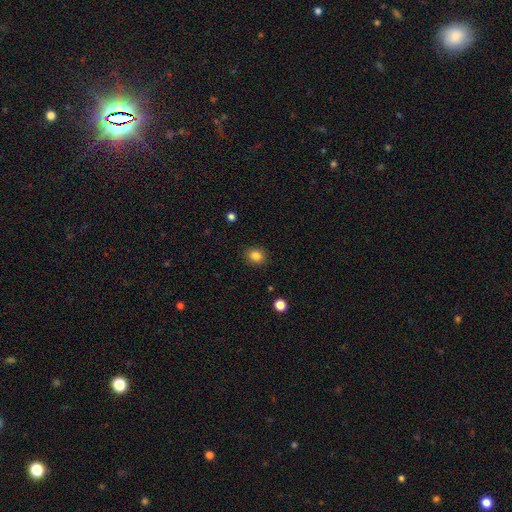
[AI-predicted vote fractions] Smooth or featured?
  - smooth: 84% *
  - star or artifact: 11%
  - featured or disk: 5%
How rounded?
  - round: 68% *
  - in between: 31%
  - cigar-shaped: 1%
Merging?
  - none: 89% *
  - minor disturbance: 8%
  - major disturbance: 2%
  - merger: 1%